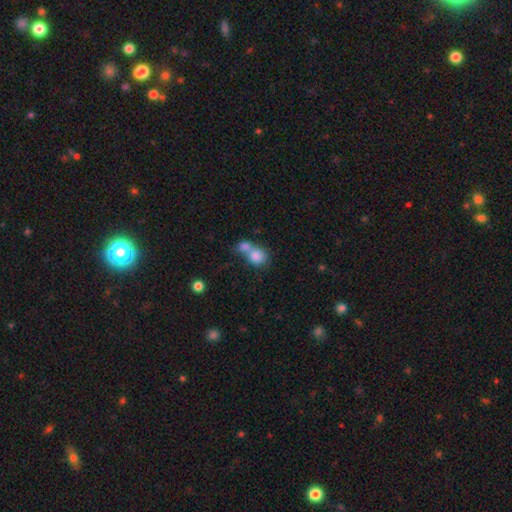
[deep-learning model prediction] Smooth or featured?
  - smooth: 82% *
  - featured or disk: 10%
  - star or artifact: 8%
How rounded?
  - round: 63% *
  - in between: 36%
  - cigar-shaped: 1%
Merging?
  - merger: 65% *
  - none: 24%
  - minor disturbance: 7%
  - major disturbance: 4%